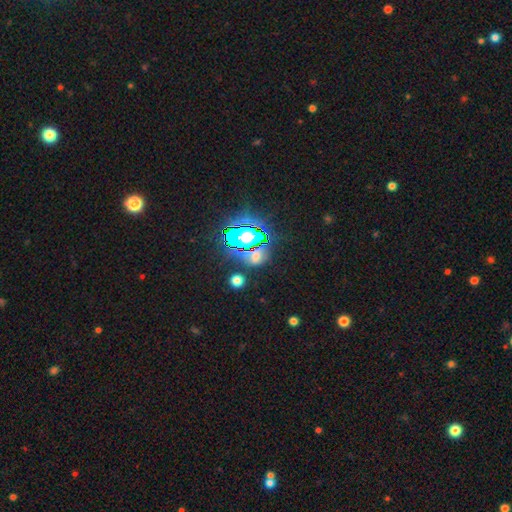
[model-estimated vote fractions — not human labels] Overall: star or artifact (53%; smooth 35%).